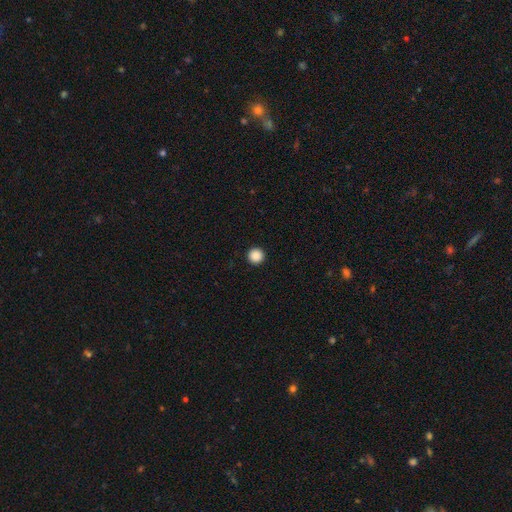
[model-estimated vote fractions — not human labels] Morphology: type=smooth (89%); roundness=round (97%); merging=none (94%).